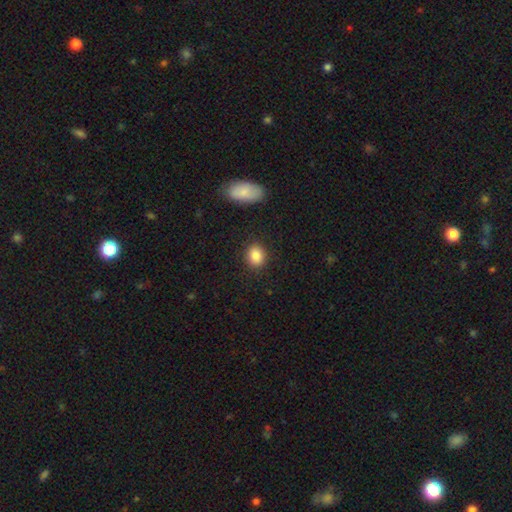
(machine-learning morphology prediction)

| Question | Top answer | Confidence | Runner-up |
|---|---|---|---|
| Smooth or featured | smooth | 87% | star or artifact (8%) |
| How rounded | round | 54% | in between (44%) |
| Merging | none | 88% | minor disturbance (8%) |